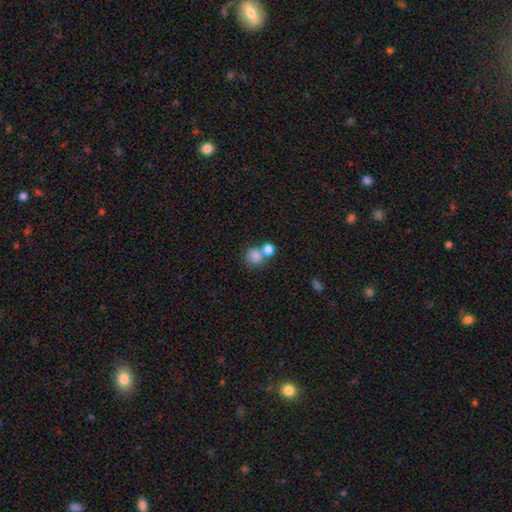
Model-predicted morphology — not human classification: smooth 81%, star or artifact 10%, featured or disk 9%. Down the decision tree: how rounded — round (83%); merging — none (47%).